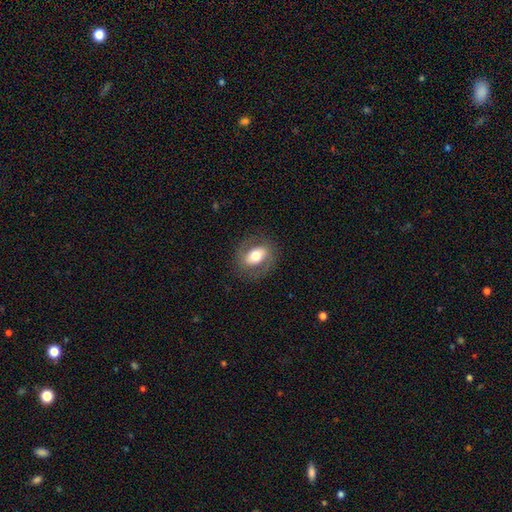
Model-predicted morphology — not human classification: Smooth or featured? Predicted: featured or disk (p=0.47). Merging? Predicted: none (p=0.79).